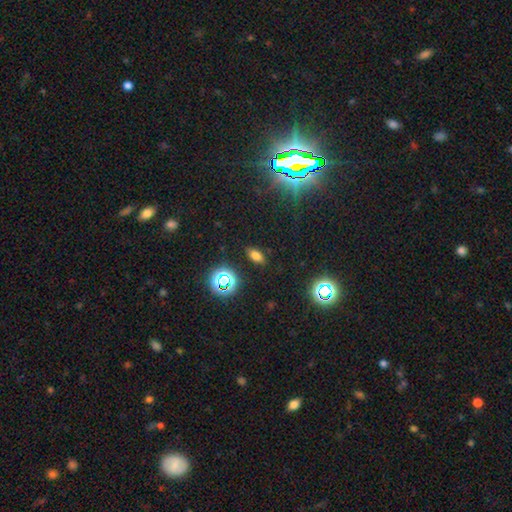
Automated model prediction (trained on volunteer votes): Smooth or featured? smooth (69%)
How rounded? in between (86%)
Merging? none (88%)